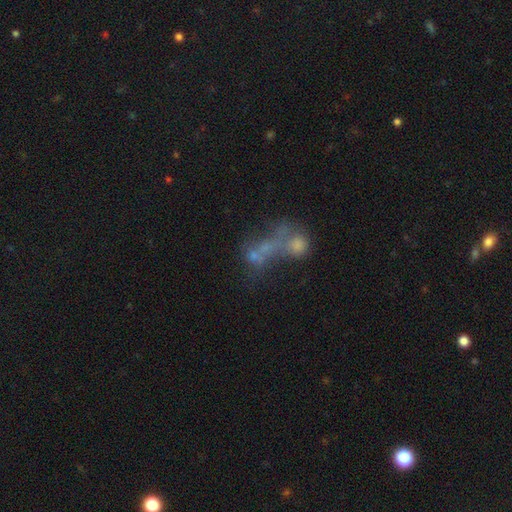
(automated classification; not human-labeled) Morphology: type=smooth (40%); merging=merger (52%).